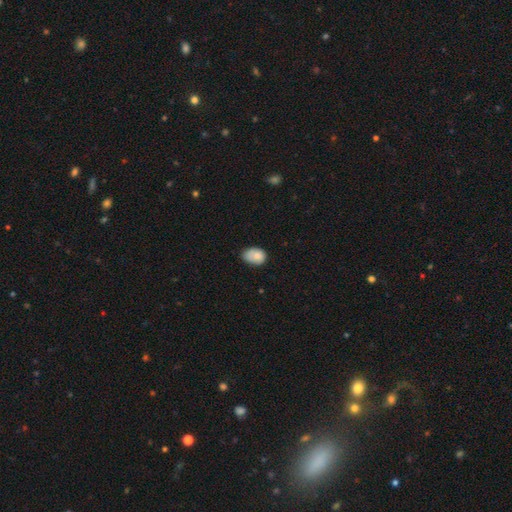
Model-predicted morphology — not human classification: type=smooth (82%); roundness=in between (76%); merging=none (49%).